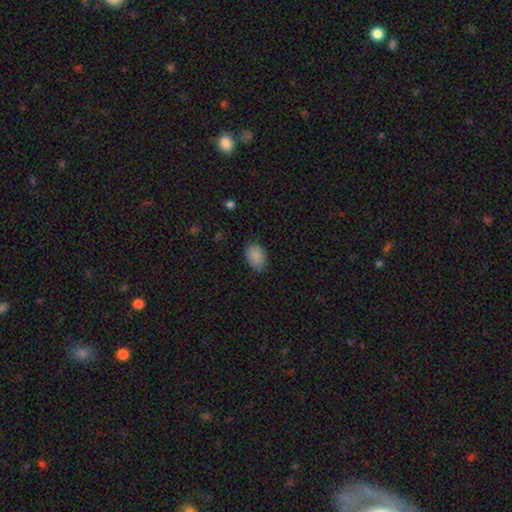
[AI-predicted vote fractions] Smooth or featured?
  - smooth: 88% *
  - star or artifact: 8%
  - featured or disk: 4%
How rounded?
  - in between: 81% *
  - round: 18%
  - cigar-shaped: 1%
Merging?
  - none: 80% *
  - minor disturbance: 16%
  - major disturbance: 3%
  - merger: 1%